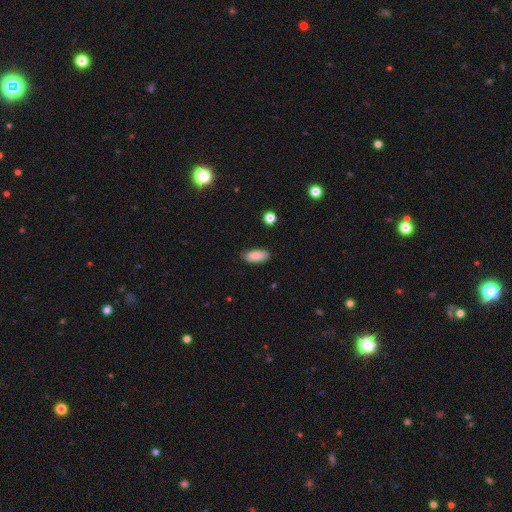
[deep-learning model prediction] A smooth galaxy with no disk features (86%) that is in between round and cigar-shaped (89%).

Vote fractions:
- Smooth or featured? smooth: 86% / featured or disk: 7% / star or artifact: 7%
- How rounded? in between: 89% / cigar-shaped: 9% / round: 2%
- Merging? none: 82% / minor disturbance: 14% / major disturbance: 2% / merger: 1%